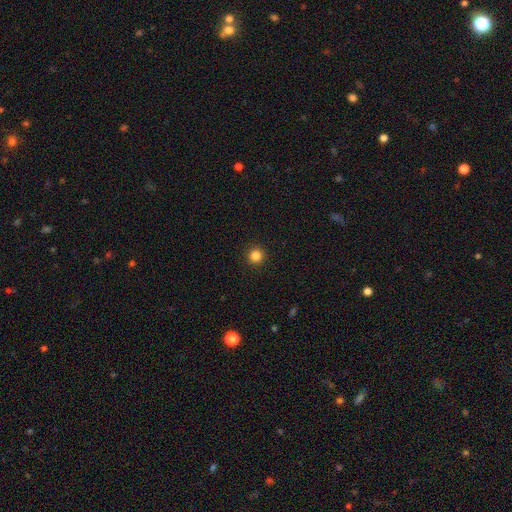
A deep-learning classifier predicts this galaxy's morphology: Smooth or featured? smooth (84%)
How rounded? round (96%)
Merging? none (93%)